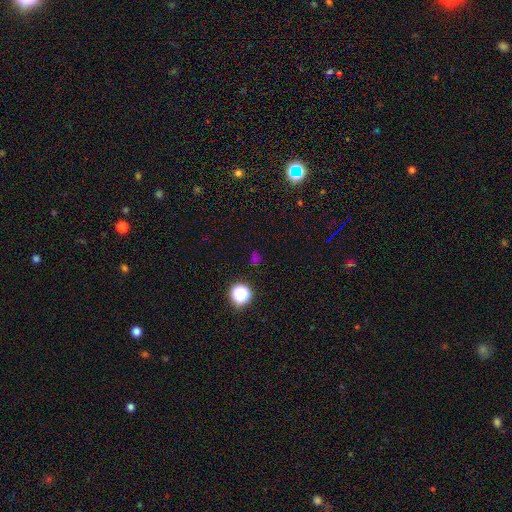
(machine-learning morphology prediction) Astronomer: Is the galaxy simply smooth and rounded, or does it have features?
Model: star or artifact — 49% (runner-up: smooth, 45%).